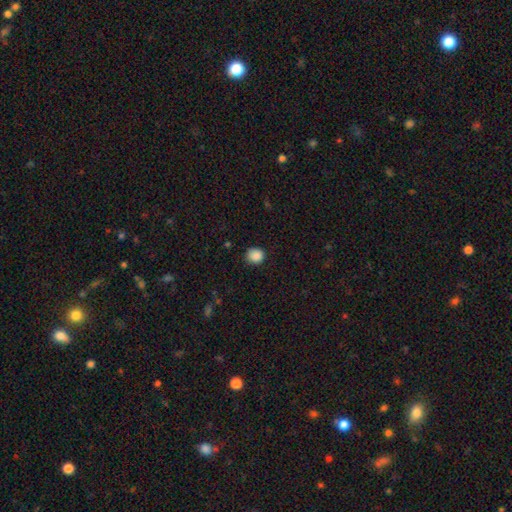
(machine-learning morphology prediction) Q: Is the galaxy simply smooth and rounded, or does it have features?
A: smooth — 88%.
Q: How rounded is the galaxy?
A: round — 82%.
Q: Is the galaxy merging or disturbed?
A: none — 84%.